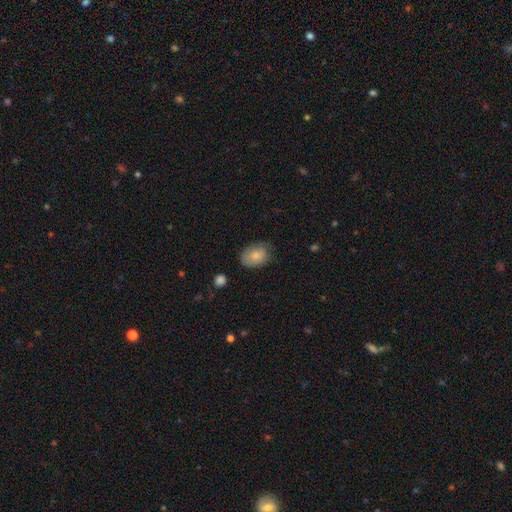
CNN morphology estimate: A smooth galaxy with no disk features (81%) that is in between round and cigar-shaped (77%). Merging: none (67%).